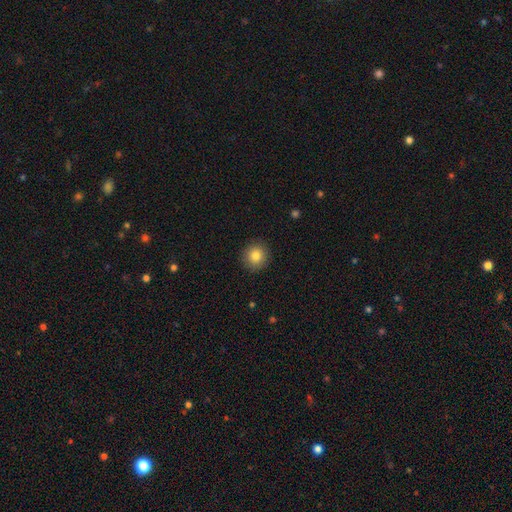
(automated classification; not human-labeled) The model was most divided on "smooth or featured": smooth: 83%, star or artifact: 10%, featured or disk: 7%. More confident: how rounded — round (93%); merging — none (91%).